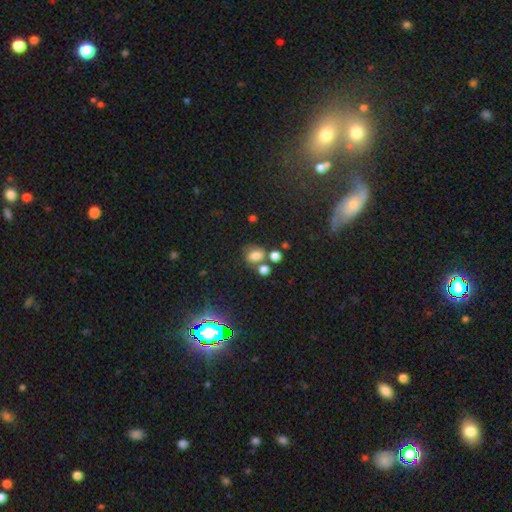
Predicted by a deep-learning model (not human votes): Smooth or featured?
  - smooth: 67% *
  - star or artifact: 19%
  - featured or disk: 14%
How rounded?
  - in between: 55% *
  - round: 44%
  - cigar-shaped: 1%
Merging?
  - none: 49% *
  - merger: 28%
  - minor disturbance: 15%
  - major disturbance: 7%